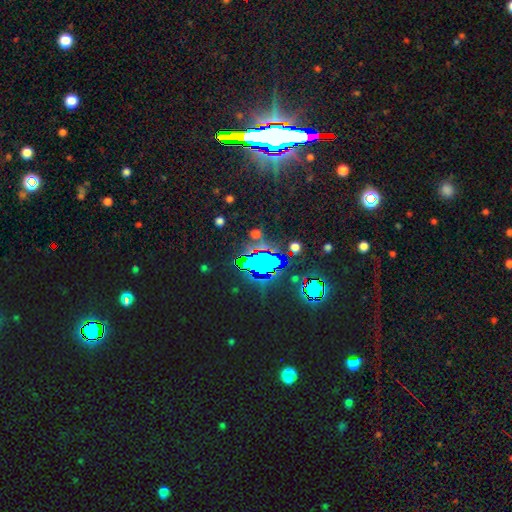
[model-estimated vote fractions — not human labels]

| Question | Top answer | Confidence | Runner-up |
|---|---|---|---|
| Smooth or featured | star or artifact | 67% | smooth (23%) |